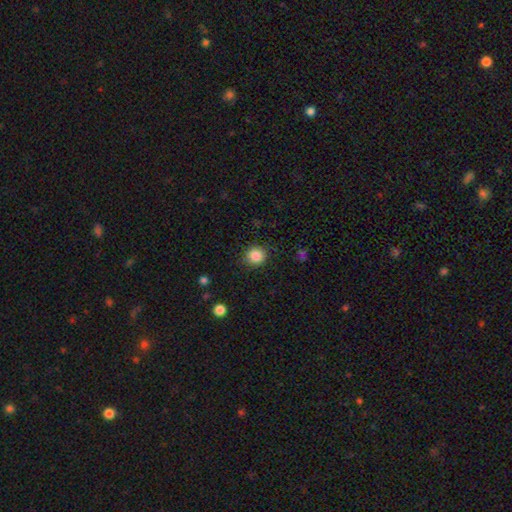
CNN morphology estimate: Overall: smooth (85%). How rounded: round (90%). Merging: none (89%).